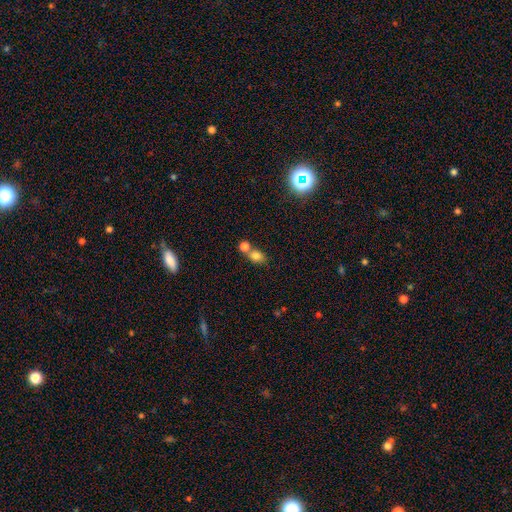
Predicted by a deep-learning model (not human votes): Smooth or featured: smooth — 80% (star or artifact — 12%)
How rounded: in between — 58% (round — 40%)
Merging: merger — 44% (none — 43%)